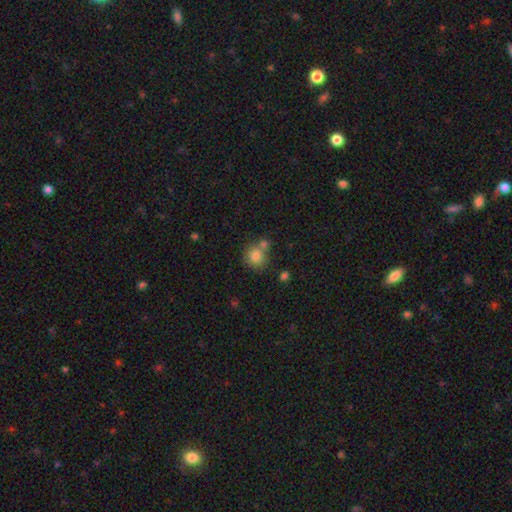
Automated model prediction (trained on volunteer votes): A smooth galaxy with no disk features (82%) that is round (83%).

Vote fractions:
- Smooth or featured? smooth: 82% / star or artifact: 10% / featured or disk: 8%
- How rounded? round: 83% / in between: 16% / cigar-shaped: 1%
- Merging? none: 56% / merger: 29% / minor disturbance: 11% / major disturbance: 4%